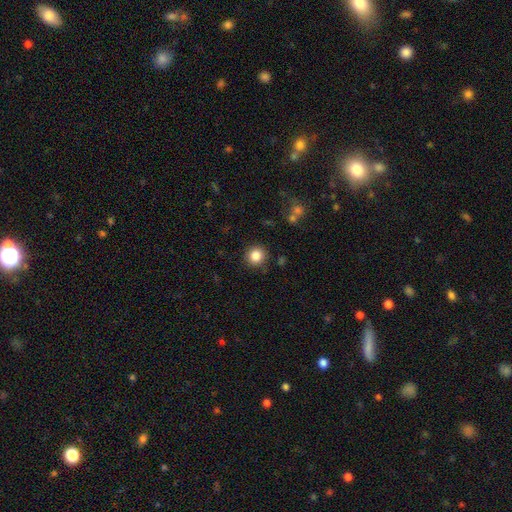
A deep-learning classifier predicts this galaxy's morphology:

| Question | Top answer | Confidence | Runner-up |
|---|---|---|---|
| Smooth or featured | smooth | 84% | star or artifact (10%) |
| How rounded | round | 93% | in between (6%) |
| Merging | none | 90% | minor disturbance (6%) |